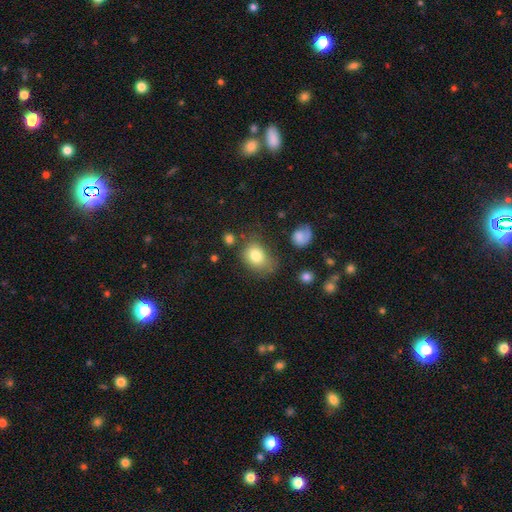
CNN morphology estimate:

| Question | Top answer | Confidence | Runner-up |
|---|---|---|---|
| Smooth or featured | smooth | 80% | featured or disk (11%) |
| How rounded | in between | 61% | round (38%) |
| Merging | none | 55% | minor disturbance (27%) |